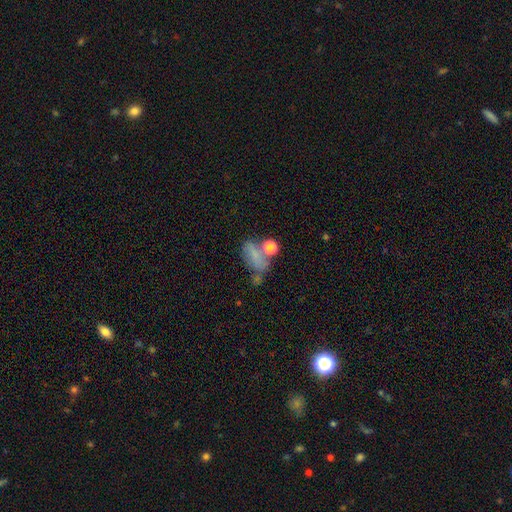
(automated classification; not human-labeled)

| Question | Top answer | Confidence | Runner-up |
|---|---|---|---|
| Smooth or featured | smooth | 62% | featured or disk (21%) |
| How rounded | in between | 73% | round (18%) |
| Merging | none | 35% | merger (25%) |